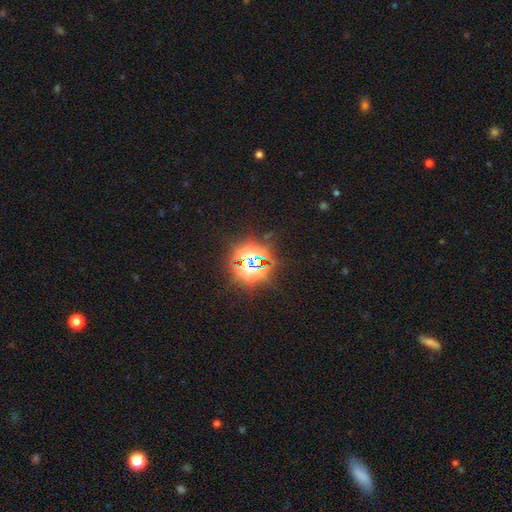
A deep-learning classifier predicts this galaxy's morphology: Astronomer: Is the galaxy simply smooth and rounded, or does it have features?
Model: star or artifact — 84%.